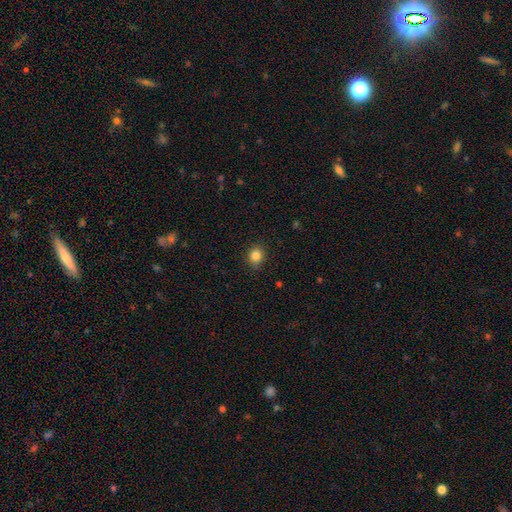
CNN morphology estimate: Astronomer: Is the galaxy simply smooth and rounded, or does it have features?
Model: smooth — 84%.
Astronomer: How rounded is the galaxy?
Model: round — 74%.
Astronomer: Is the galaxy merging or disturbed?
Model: none — 88%.